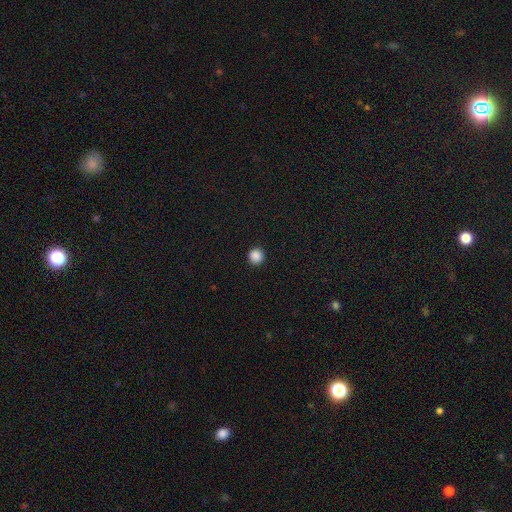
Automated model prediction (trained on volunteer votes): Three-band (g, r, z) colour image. It shows a smooth galaxy with no disk features (88%) that is round (96%). Merging: none (93%).